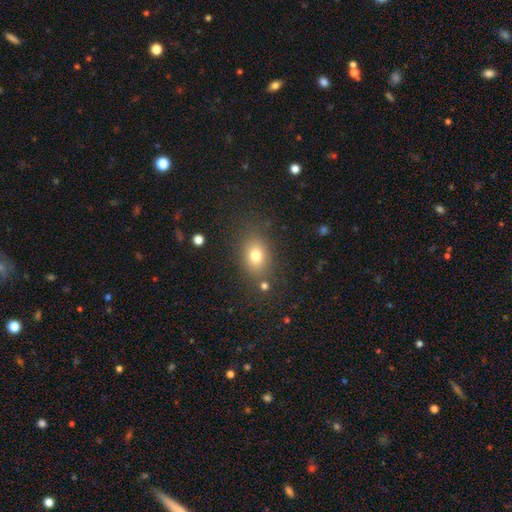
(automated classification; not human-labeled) This appears to be a smooth galaxy with no disk features (77%) that is in between round and cigar-shaped (71%). Merging: none (77%).